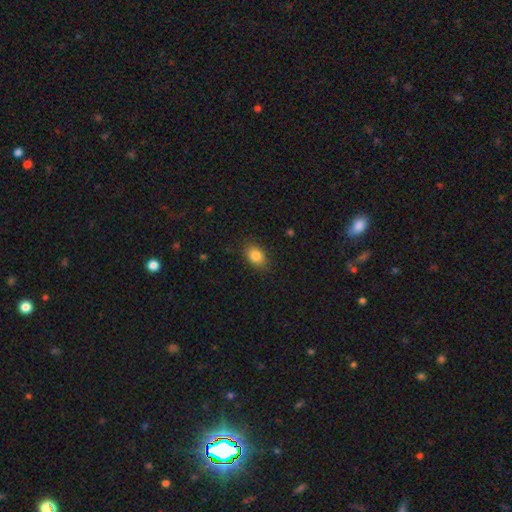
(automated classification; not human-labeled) Smooth or featured?
  - smooth: 85% *
  - star or artifact: 9%
  - featured or disk: 6%
How rounded?
  - in between: 82% *
  - round: 17%
  - cigar-shaped: 2%
Merging?
  - none: 86% *
  - minor disturbance: 11%
  - major disturbance: 3%
  - merger: 1%